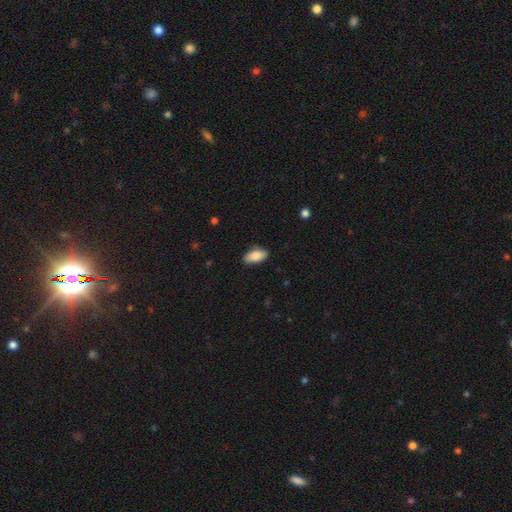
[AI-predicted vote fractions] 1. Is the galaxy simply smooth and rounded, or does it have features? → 86% smooth, 8% featured or disk, 6% star or artifact.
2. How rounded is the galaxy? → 90% in between, 8% cigar-shaped, 2% round.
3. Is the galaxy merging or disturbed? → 82% none, 14% minor disturbance, 2% major disturbance, 1% merger.